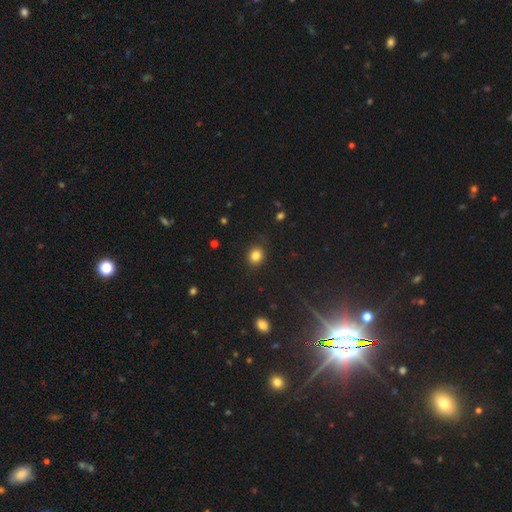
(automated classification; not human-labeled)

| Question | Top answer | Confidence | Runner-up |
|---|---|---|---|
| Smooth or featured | smooth | 83% | star or artifact (11%) |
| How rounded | round | 71% | in between (28%) |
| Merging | none | 86% | minor disturbance (10%) |